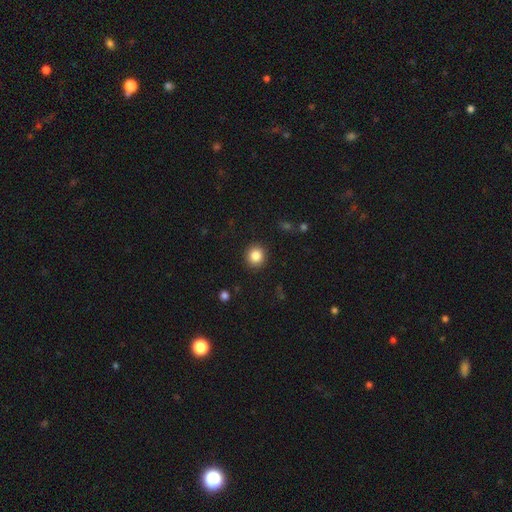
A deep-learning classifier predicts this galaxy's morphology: smooth 85%, star or artifact 10%, featured or disk 5%. Down the decision tree: how rounded — round (87%); merging — none (91%).